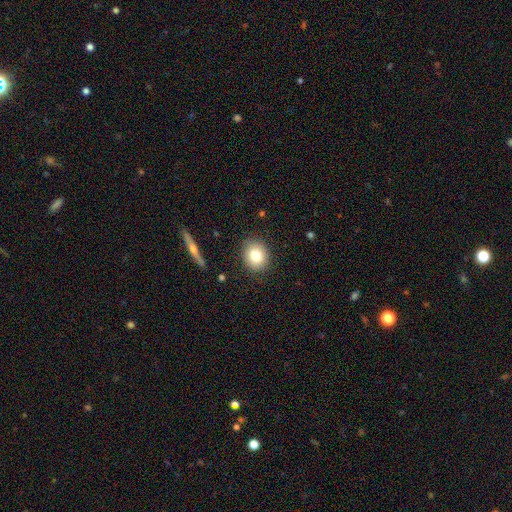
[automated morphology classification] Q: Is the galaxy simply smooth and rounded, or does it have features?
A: smooth — 79%.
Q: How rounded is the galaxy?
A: round — 72%.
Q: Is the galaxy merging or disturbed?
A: none — 88%.